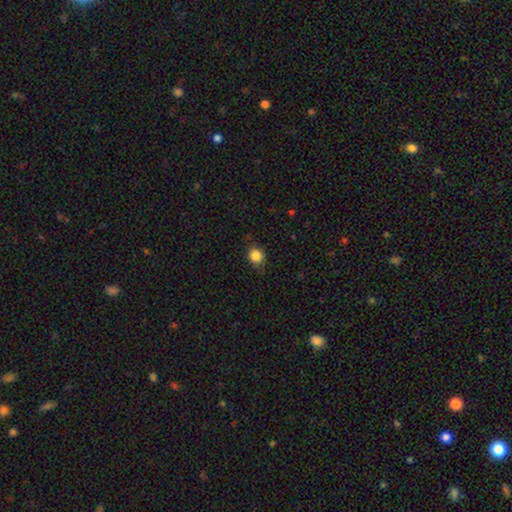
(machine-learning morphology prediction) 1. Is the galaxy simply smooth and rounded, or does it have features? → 84% smooth, 11% star or artifact, 4% featured or disk.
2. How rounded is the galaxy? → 81% round, 18% in between, 1% cigar-shaped.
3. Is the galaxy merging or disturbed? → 81% none, 15% minor disturbance, 3% major disturbance, 1% merger.